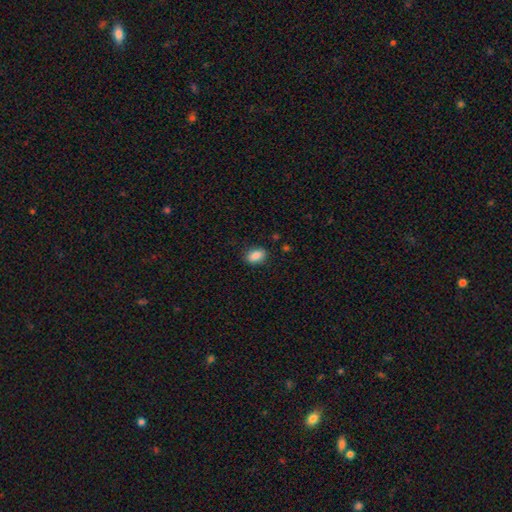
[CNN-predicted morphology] Q: Smooth or featured?
A: smooth (88%); runner-up: star or artifact (8%)
Q: How rounded?
A: in between (86%); runner-up: round (11%)
Q: Merging?
A: none (86%); runner-up: minor disturbance (11%)